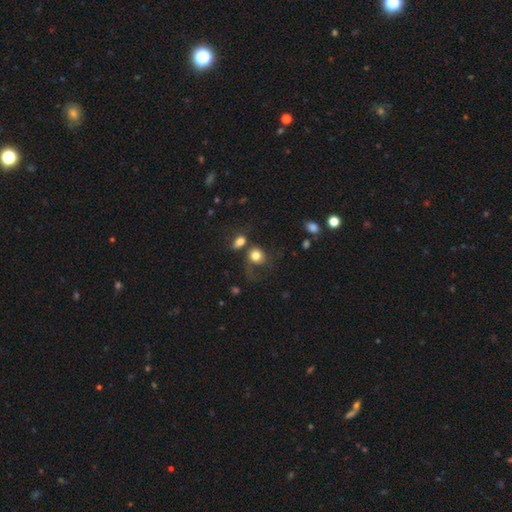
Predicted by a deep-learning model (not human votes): Q: Smooth or featured?
A: smooth (76%); runner-up: featured or disk (14%)
Q: How rounded?
A: round (74%); runner-up: in between (25%)
Q: Merging?
A: none (37%); runner-up: major disturbance (25%)